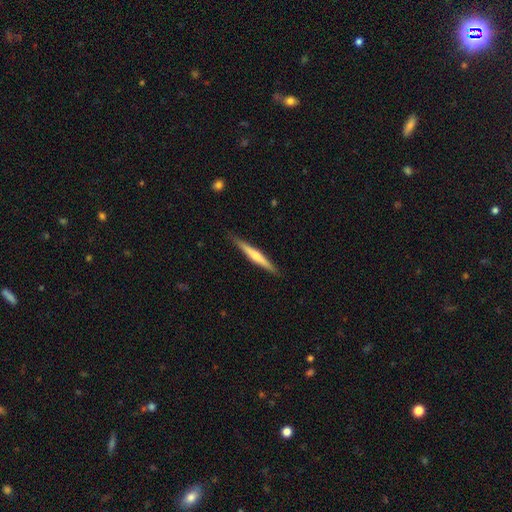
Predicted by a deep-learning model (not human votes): featured or disk 56%, smooth 39%, star or artifact 5%. Down the decision tree: edge-on disk — yes (97%); edge-on bulge — rounded (70%); merging — none (90%).